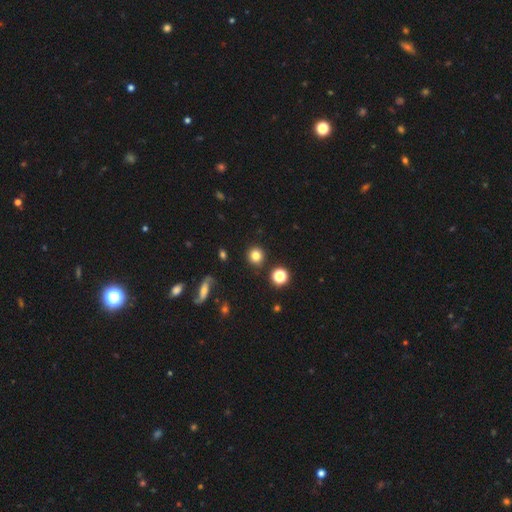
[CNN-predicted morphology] Smooth or featured?
  - smooth: 80% *
  - star or artifact: 12%
  - featured or disk: 7%
How rounded?
  - round: 92% *
  - in between: 7%
  - cigar-shaped: 1%
Merging?
  - none: 89% *
  - minor disturbance: 6%
  - merger: 3%
  - major disturbance: 2%